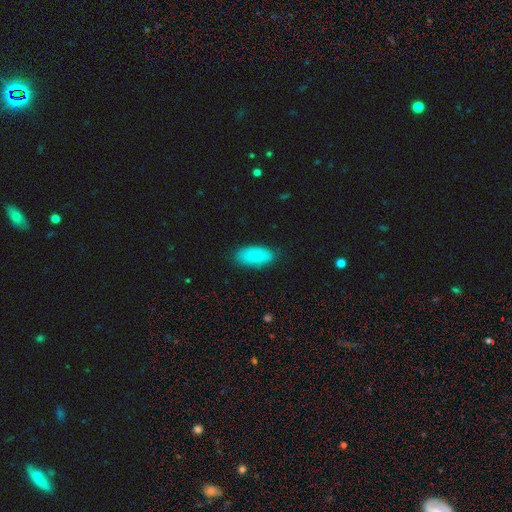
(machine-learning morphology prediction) A smooth galaxy with no disk features (86%) that is in between round and cigar-shaped (91%).

Vote fractions:
- Smooth or featured? smooth: 86% / featured or disk: 7% / star or artifact: 6%
- How rounded? in between: 91% / cigar-shaped: 7% / round: 2%
- Merging? none: 84% / minor disturbance: 12% / major disturbance: 3% / merger: 1%